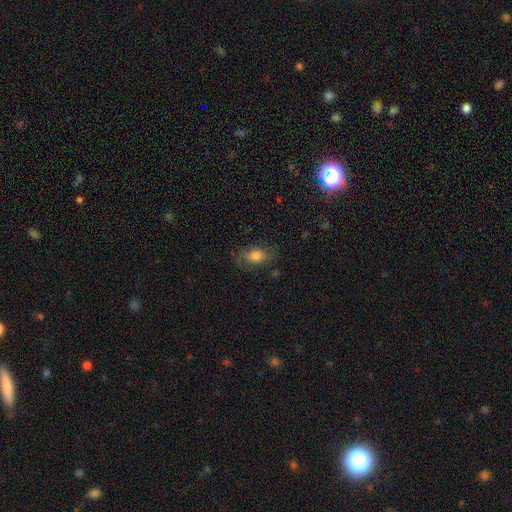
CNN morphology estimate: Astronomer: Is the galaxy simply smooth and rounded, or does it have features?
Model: smooth — 70%.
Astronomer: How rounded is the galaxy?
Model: in between — 79%.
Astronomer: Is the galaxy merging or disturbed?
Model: none — 70%.